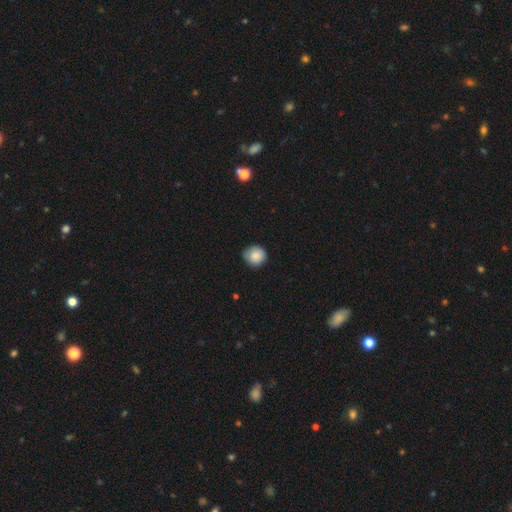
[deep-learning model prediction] Smooth or featured? Predicted: smooth (p=0.87). How rounded? Predicted: round (p=0.92). Merging? Predicted: none (p=0.78).